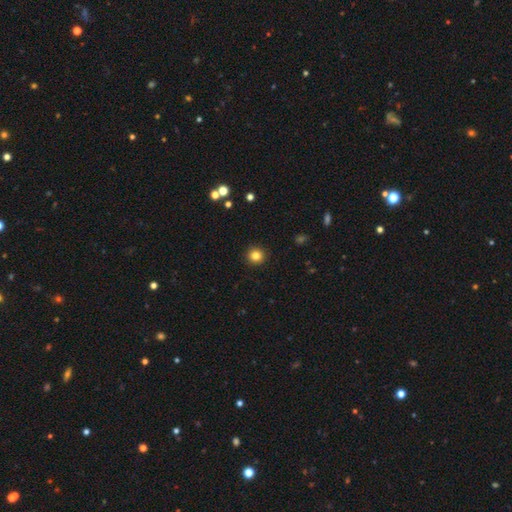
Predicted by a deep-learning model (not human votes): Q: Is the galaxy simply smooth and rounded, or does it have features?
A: smooth — 82%.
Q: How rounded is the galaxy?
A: round — 94%.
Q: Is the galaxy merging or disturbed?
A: none — 92%.